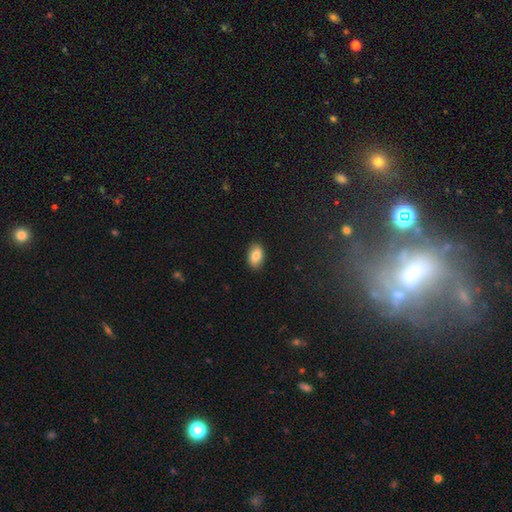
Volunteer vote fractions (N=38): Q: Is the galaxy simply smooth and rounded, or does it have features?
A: smooth — 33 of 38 (87%).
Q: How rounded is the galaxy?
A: in between — 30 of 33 (91%).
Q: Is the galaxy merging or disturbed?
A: none — 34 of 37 (92%).